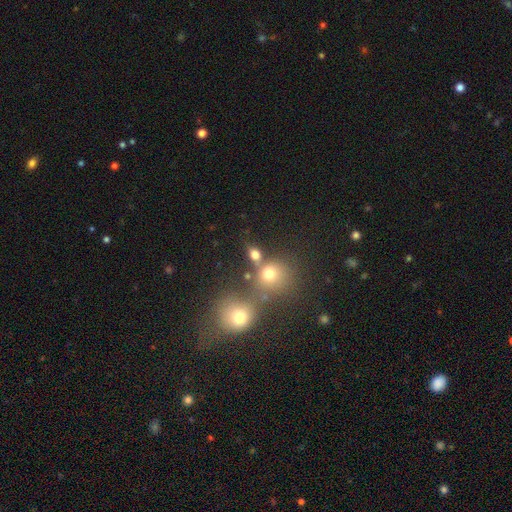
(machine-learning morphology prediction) smooth-or-featured: smooth: 70% | star or artifact: 20% | featured or disk: 10%
  how-rounded: round: 77% | in between: 22% | cigar-shaped: 2%
  merging: none: 52% | merger: 33% | minor disturbance: 9% | major disturbance: 6%